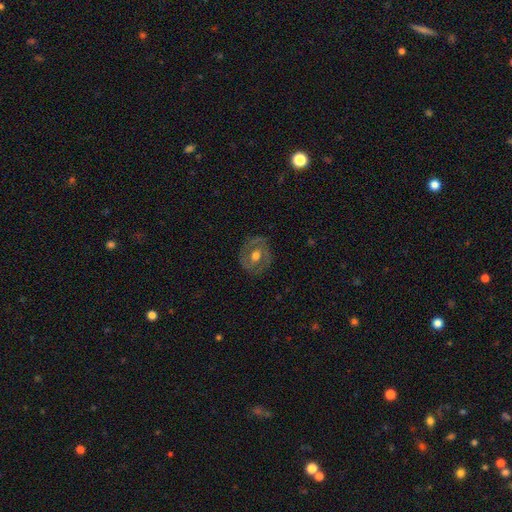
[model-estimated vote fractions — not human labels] This is possibly a featured or disk galaxy (58%). It is clearly not viewed edge-on (95%). Bar: likely no (66%). Spiral arm pattern: possibly no (56%). Central bulge: likely moderate (70%). Merging: likely none (77%).